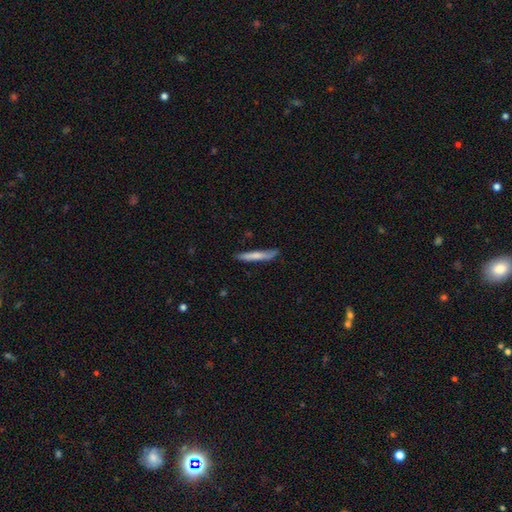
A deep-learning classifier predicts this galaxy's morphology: A smooth galaxy with no disk features (67%) that is cigar-shaped (95%).

Vote fractions:
- Smooth or featured? smooth: 67% / featured or disk: 28% / star or artifact: 5%
- How rounded? cigar-shaped: 95% / in between: 4% / round: 1%
- Merging? none: 80% / minor disturbance: 16% / major disturbance: 3% / merger: 2%